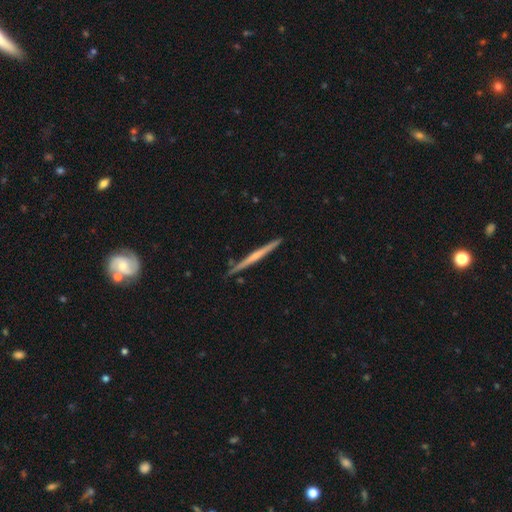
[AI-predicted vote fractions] This appears to be a featured or disk galaxy (64%) viewed edge-on (98%) with no central bulge (54%). Merging: none (90%).